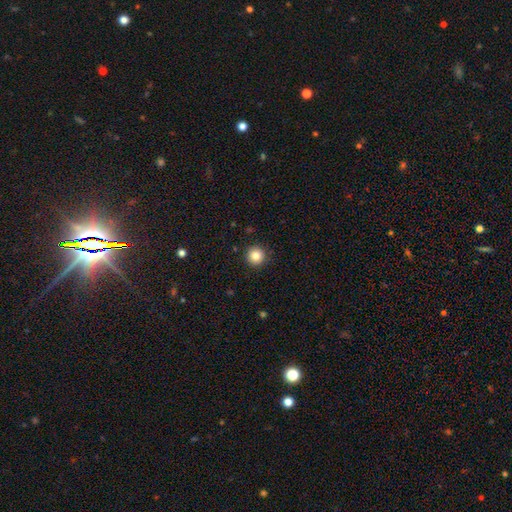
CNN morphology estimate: Overall: smooth (85%). How rounded: round (96%). Merging: none (92%).